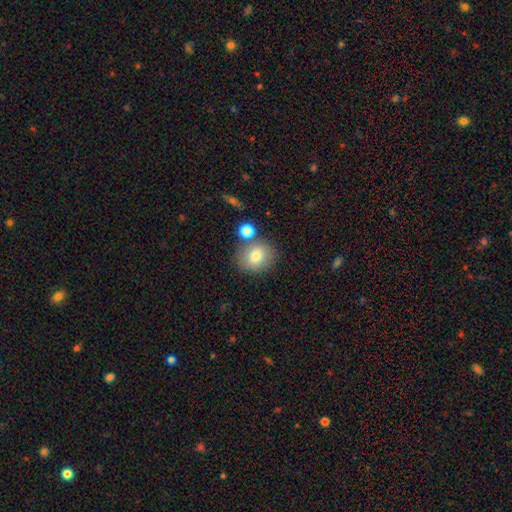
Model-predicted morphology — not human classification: Smooth or featured? smooth (79%)
How rounded? round (69%)
Merging? none (67%)